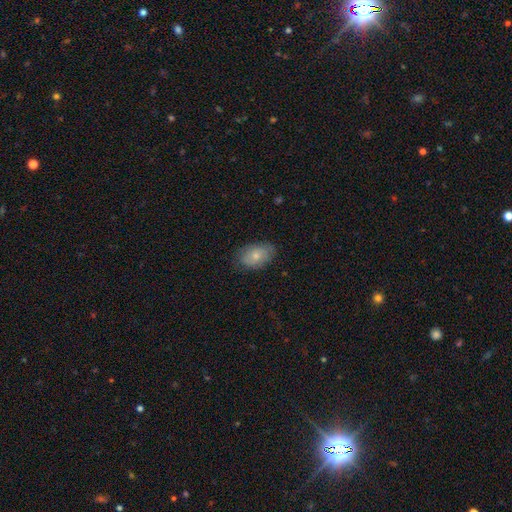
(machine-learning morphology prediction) A smooth galaxy with no disk features (74%) that is in between round and cigar-shaped (88%). Merging: none (77%).